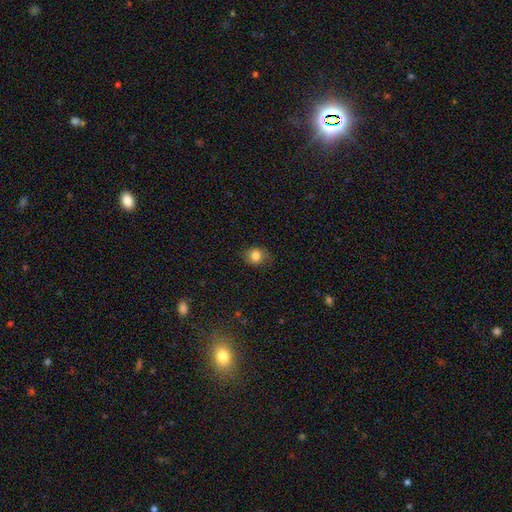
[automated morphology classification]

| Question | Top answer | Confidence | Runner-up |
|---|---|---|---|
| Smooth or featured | smooth | 81% | star or artifact (10%) |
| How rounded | round | 60% | in between (39%) |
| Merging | none | 73% | minor disturbance (20%) |